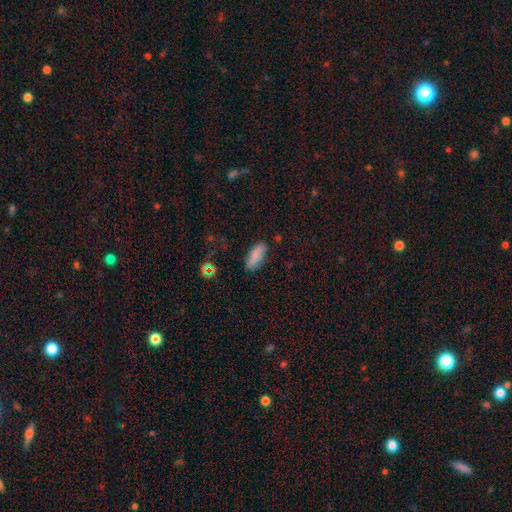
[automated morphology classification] smooth-or-featured: smooth: 85% | star or artifact: 8% | featured or disk: 7%
  how-rounded: in between: 75% | cigar-shaped: 23% | round: 2%
  merging: none: 82% | minor disturbance: 13% | major disturbance: 3% | merger: 2%